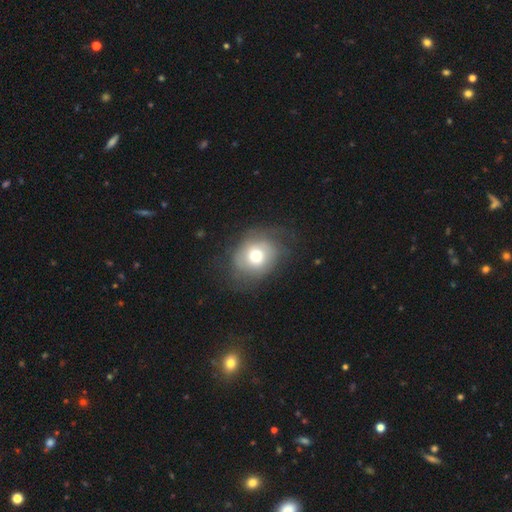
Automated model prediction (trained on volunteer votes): The model was most divided on "how rounded": round: 59%, in between: 40%, cigar-shaped: 1%. More confident: merging — none (61%); smooth or featured — smooth (55%).